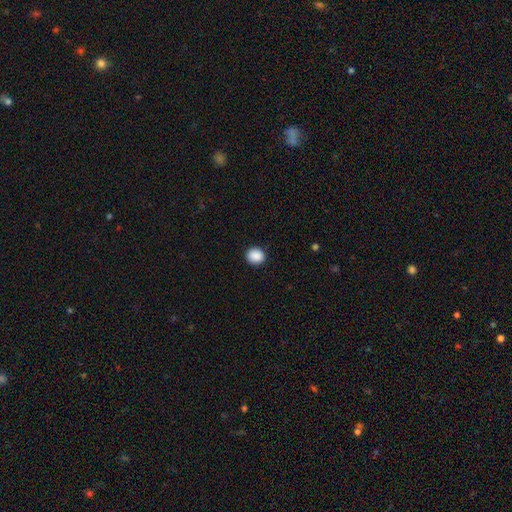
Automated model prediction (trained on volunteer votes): Morphology: type=smooth (89%); roundness=round (78%); merging=none (90%).